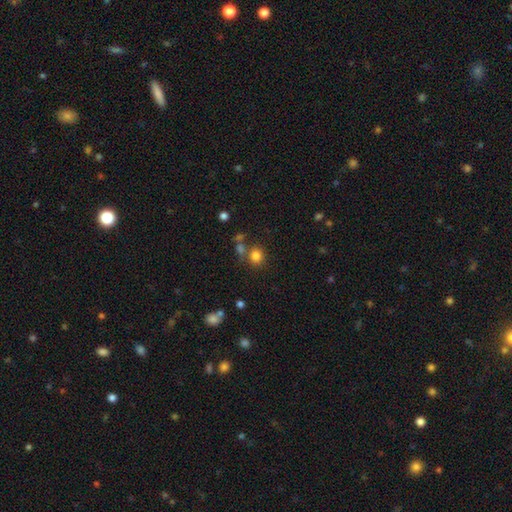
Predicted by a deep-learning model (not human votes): Q: Smooth or featured?
A: smooth (80%); runner-up: star or artifact (14%)
Q: How rounded?
A: round (85%); runner-up: in between (14%)
Q: Merging?
A: none (69%); runner-up: merger (16%)